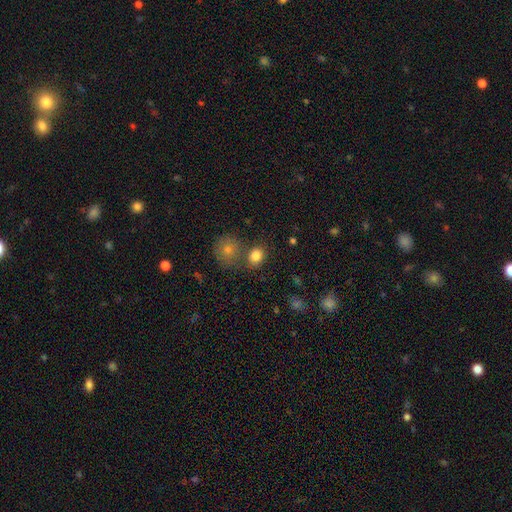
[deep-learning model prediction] Morphology: type=smooth (83%); roundness=round (53%); merging=none (67%).